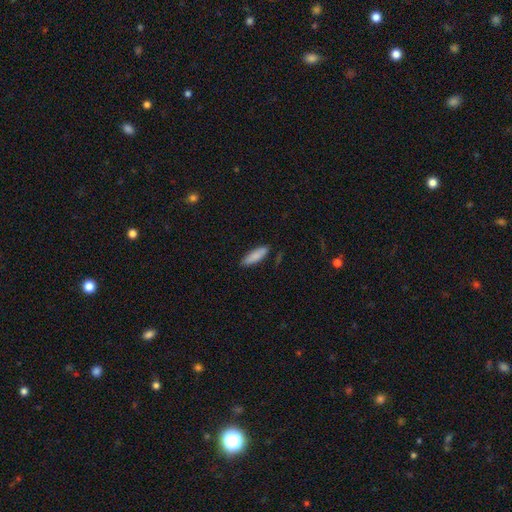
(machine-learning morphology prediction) Smooth or featured: smooth — 86% (featured or disk — 8%)
How rounded: cigar-shaped — 56% (in between — 43%)
Merging: none — 85% (minor disturbance — 12%)